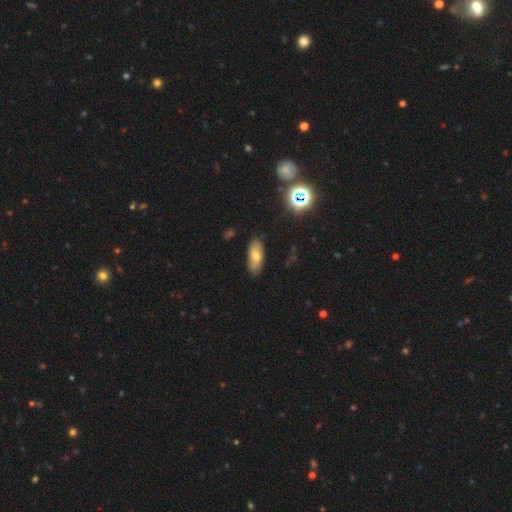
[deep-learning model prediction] This is likely a smooth galaxy (71%). How rounded: clearly in between (82%). Merging: likely none (79%).